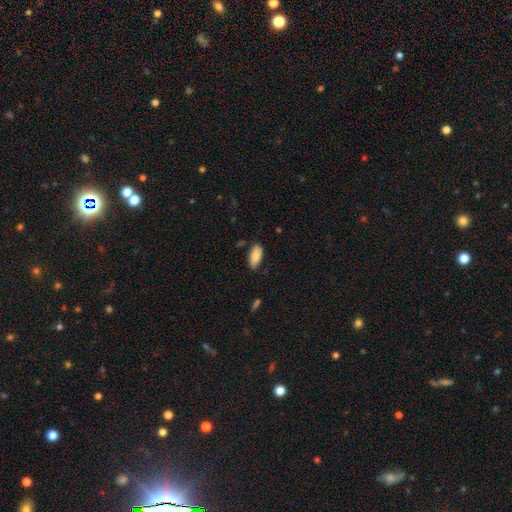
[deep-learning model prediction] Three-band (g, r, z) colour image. It shows a smooth galaxy with no disk features (88%) that is in between round and cigar-shaped (86%). Merging: none (82%).